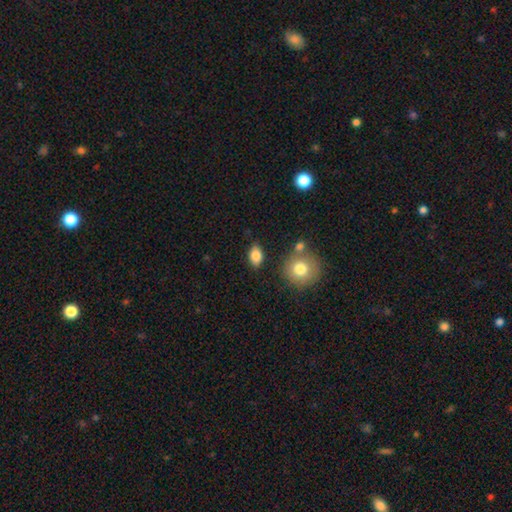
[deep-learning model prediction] smooth-or-featured: smooth: 85% | star or artifact: 8% | featured or disk: 8%
  how-rounded: in between: 84% | round: 14% | cigar-shaped: 2%
  merging: none: 82% | minor disturbance: 12% | merger: 4% | major disturbance: 3%